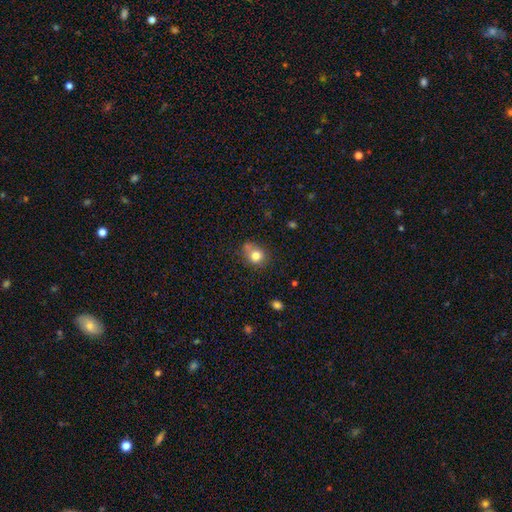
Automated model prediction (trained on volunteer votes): Overall: smooth (79%). How rounded: round (77%). Merging: none (57%; minor disturbance 20%).